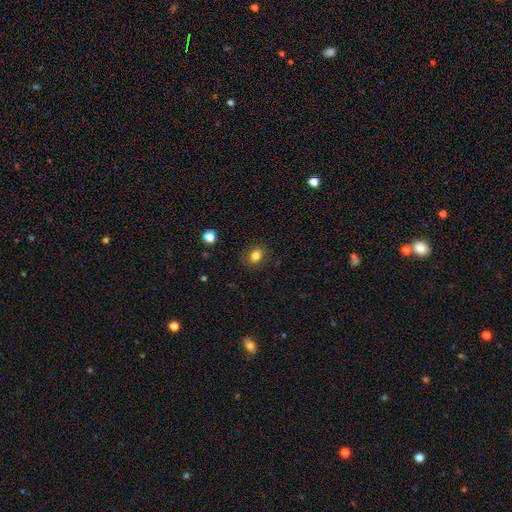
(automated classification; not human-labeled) Smooth or featured: smooth — 81% (star or artifact — 11%)
How rounded: in between — 59% (round — 40%)
Merging: none — 82% (minor disturbance — 12%)